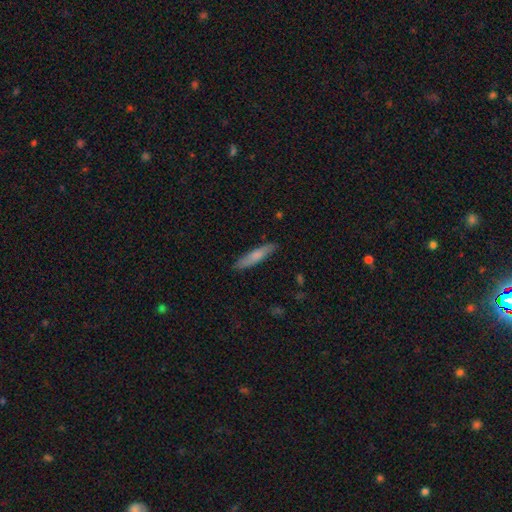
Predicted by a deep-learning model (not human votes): smooth-or-featured: smooth: 72% | featured or disk: 22% | star or artifact: 6%
  how-rounded: cigar-shaped: 85% | in between: 13% | round: 1%
  merging: none: 86% | minor disturbance: 11% | major disturbance: 2% | merger: 1%